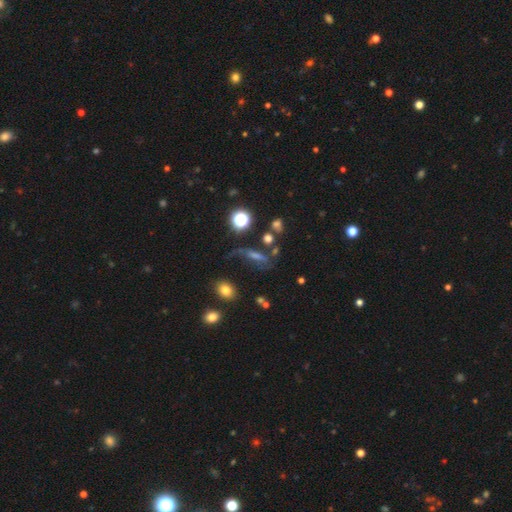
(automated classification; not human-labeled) A featured or disk galaxy (38%).

Vote fractions:
- Smooth or featured? featured or disk: 38% / smooth: 33% / star or artifact: 30%
- Merging? none: 50% / major disturbance: 21% / minor disturbance: 20% / merger: 9%